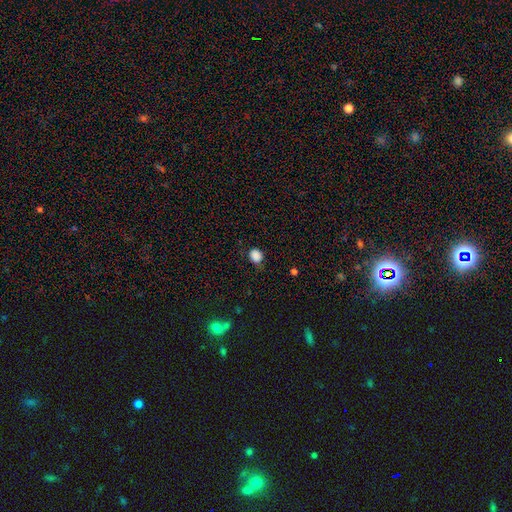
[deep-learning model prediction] Smooth or featured? Predicted: smooth (p=0.86). How rounded? Predicted: round (p=0.57). Merging? Predicted: none (p=0.72).